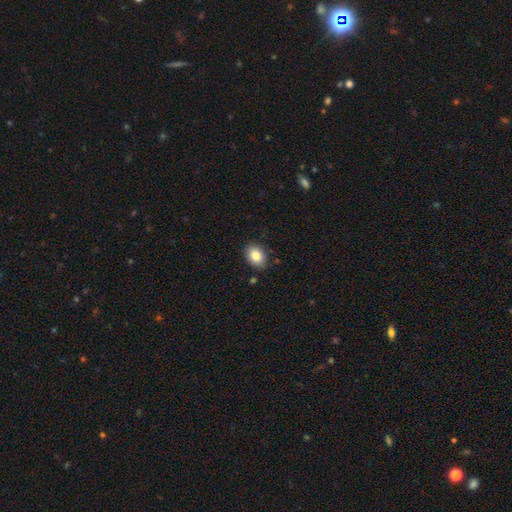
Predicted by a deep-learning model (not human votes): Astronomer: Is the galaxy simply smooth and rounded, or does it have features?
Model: smooth — 85%.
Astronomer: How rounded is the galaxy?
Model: in between — 74%.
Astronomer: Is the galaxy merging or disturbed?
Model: none — 84%.